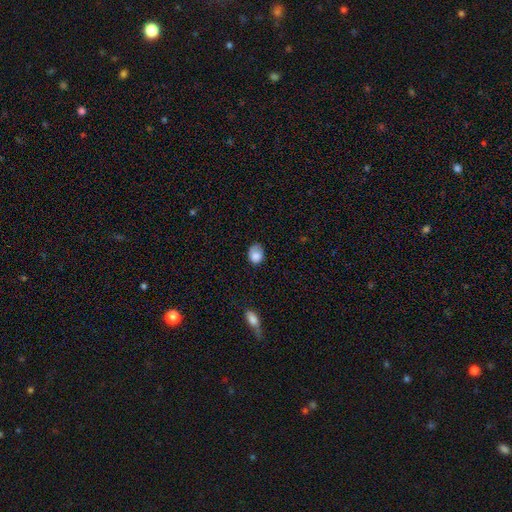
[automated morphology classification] Overall: smooth (85%). How rounded: in between (56%; round 43%). Merging: none (55%; minor disturbance 34%).